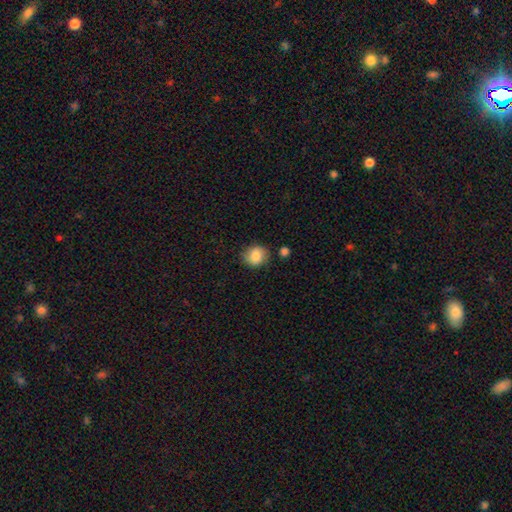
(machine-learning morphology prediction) Smooth or featured? Predicted: smooth (p=0.84). How rounded? Predicted: round (p=0.76). Merging? Predicted: none (p=0.78).